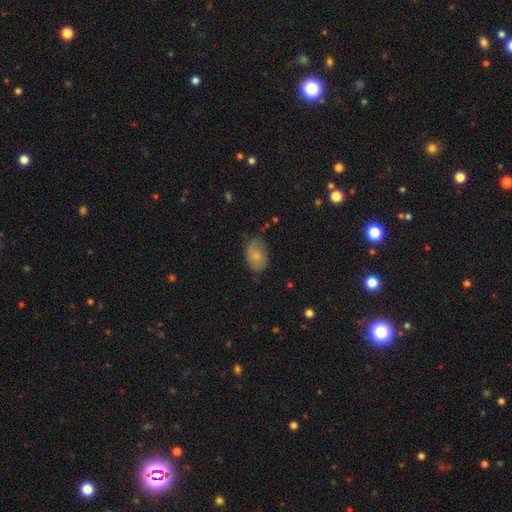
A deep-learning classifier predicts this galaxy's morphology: type=smooth (72%); roundness=in between (87%); merging=none (65%).